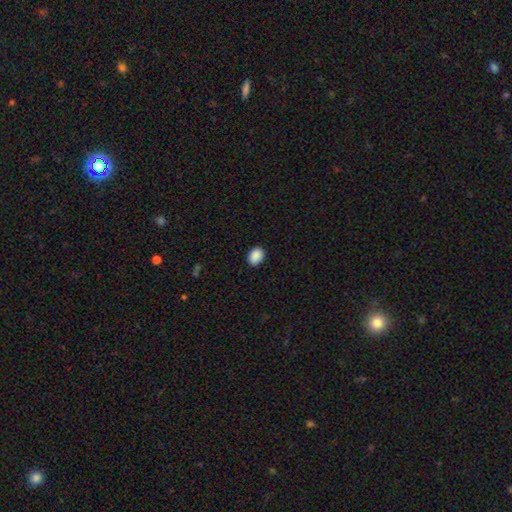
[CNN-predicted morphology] smooth-or-featured: smooth: 90% | star or artifact: 8% | featured or disk: 2%
  how-rounded: in between: 72% | round: 28% | cigar-shaped: 1%
  merging: none: 88% | minor disturbance: 9% | major disturbance: 2% | merger: 1%